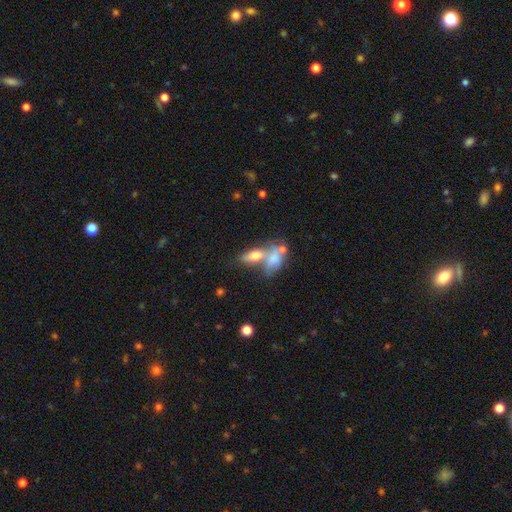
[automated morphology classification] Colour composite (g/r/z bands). It shows a smooth galaxy with no disk features (69%) that is in between round and cigar-shaped (78%). Merging: merger (52%).